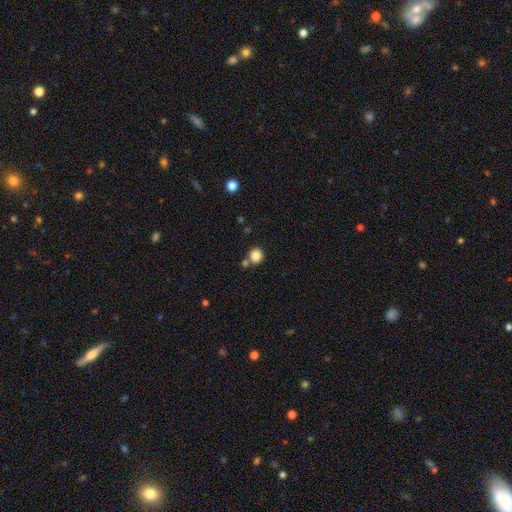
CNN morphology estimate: This appears to be a smooth galaxy with no disk features (85%) that is round (89%). Merging: none (70%).